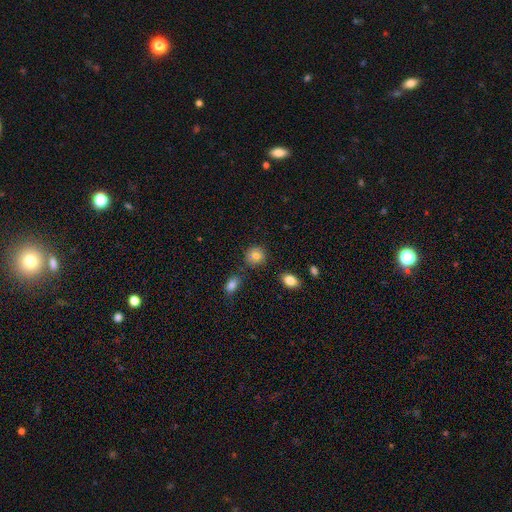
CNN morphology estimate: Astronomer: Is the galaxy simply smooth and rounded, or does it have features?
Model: smooth — 82%.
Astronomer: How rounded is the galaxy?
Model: round — 79%.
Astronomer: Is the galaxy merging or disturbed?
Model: none — 80%.